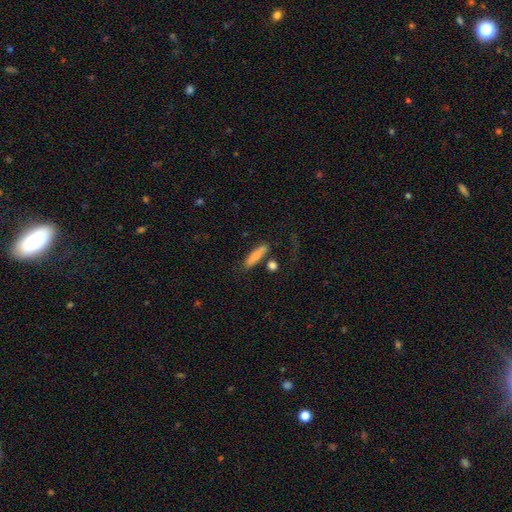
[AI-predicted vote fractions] Smooth or featured? Predicted: smooth (p=0.79). How rounded? Predicted: cigar-shaped (p=0.71). Merging? Predicted: none (p=0.70).